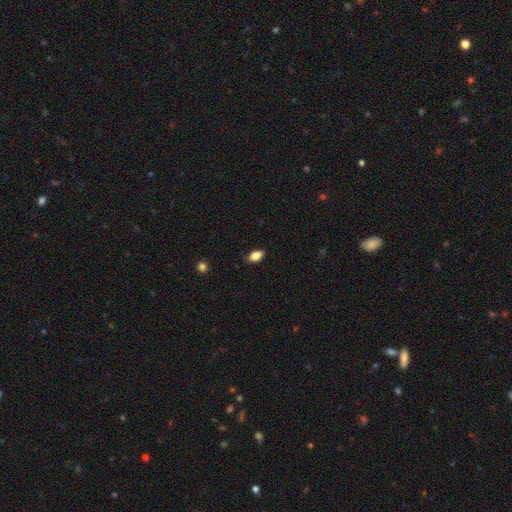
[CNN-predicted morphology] Smooth or featured: smooth — 83% (featured or disk — 9%)
How rounded: in between — 88% (round — 8%)
Merging: none — 83% (minor disturbance — 13%)